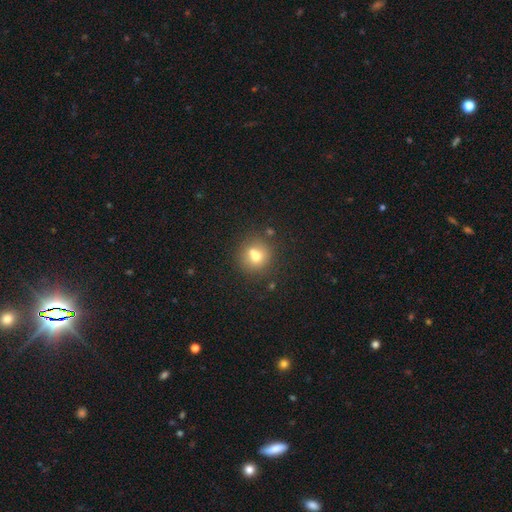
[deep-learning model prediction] smooth-or-featured: smooth: 68% | featured or disk: 19% | star or artifact: 13%
  how-rounded: round: 88% | in between: 11% | cigar-shaped: 1%
  merging: none: 54% | merger: 33% | minor disturbance: 9% | major disturbance: 3%